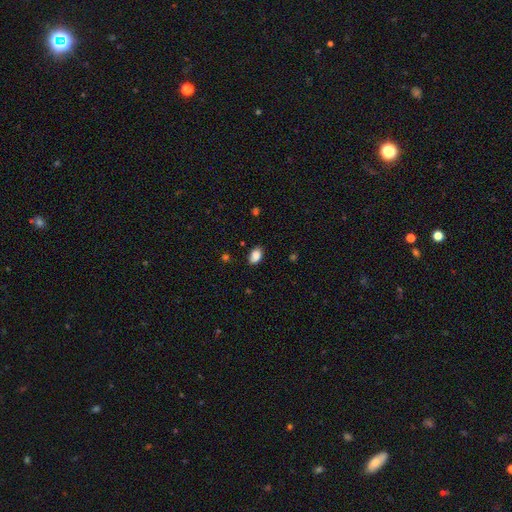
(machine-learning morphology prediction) Overall: smooth (87%). How rounded: in between (87%). Merging: none (76%).